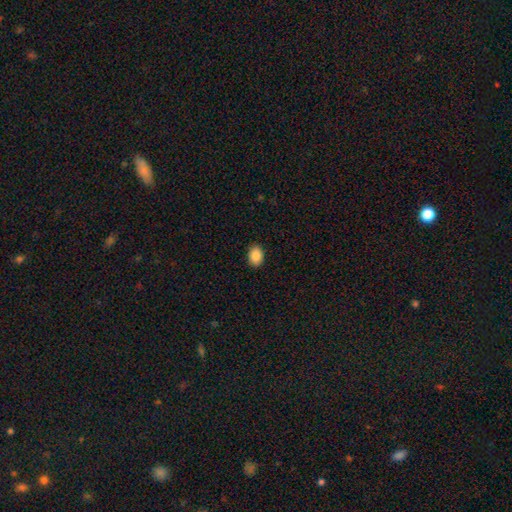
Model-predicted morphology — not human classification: smooth-or-featured: smooth: 88% | star or artifact: 8% | featured or disk: 4%
  how-rounded: in between: 75% | round: 24% | cigar-shaped: 1%
  merging: none: 90% | minor disturbance: 7% | major disturbance: 2% | merger: 1%